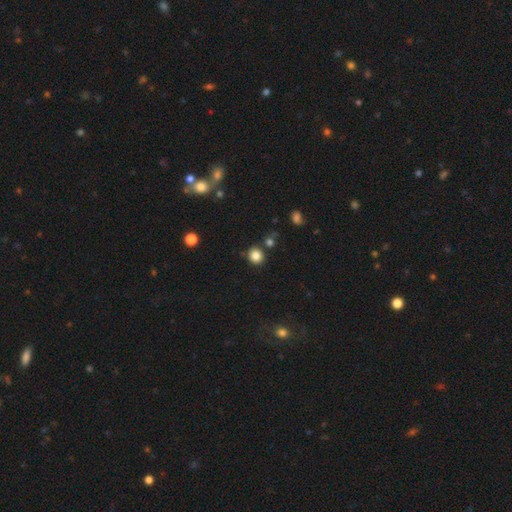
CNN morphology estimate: smooth_or_featured: smooth (p=0.84) [alt: star or artifact p=0.12]
how_rounded: round (p=0.87) [alt: in between p=0.13]
merging: none (p=0.83) [alt: minor disturbance p=0.08]